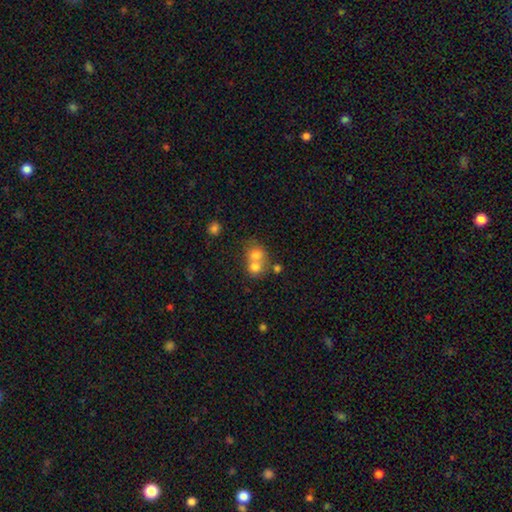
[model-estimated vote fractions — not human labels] smooth_or_featured: smooth (p=0.71) [alt: featured or disk p=0.17]
how_rounded: round (p=0.75) [alt: in between p=0.24]
merging: merger (p=0.62) [alt: none p=0.30]